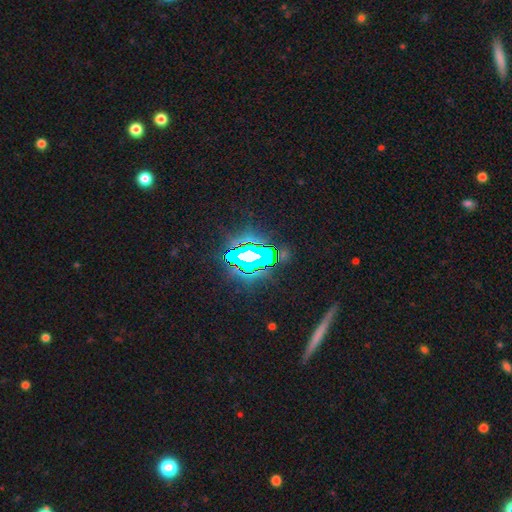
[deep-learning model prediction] The model was most divided on "smooth or featured": star or artifact: 77%, smooth: 12%, featured or disk: 11%.